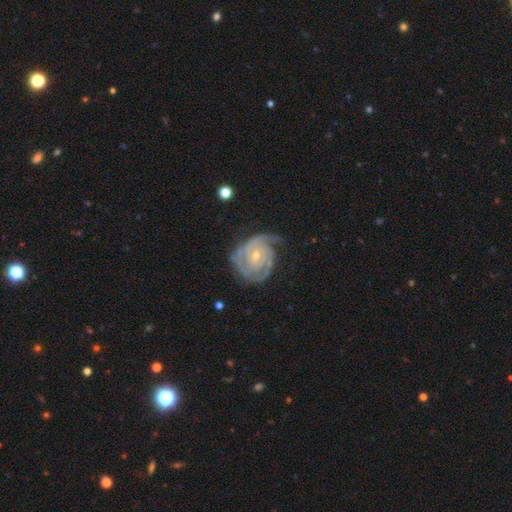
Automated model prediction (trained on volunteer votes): Smooth or featured? Predicted: featured or disk (p=0.90). Edge-on disk? Predicted: no (p=0.98). Bar? Predicted: no (p=0.65). Spiral arms? Predicted: yes (p=0.98). Spiral winding? Predicted: tight (p=0.72). Spiral arm count? Predicted: 2 (p=0.36). Bulge size? Predicted: small (p=0.67). Merging? Predicted: none (p=0.63).